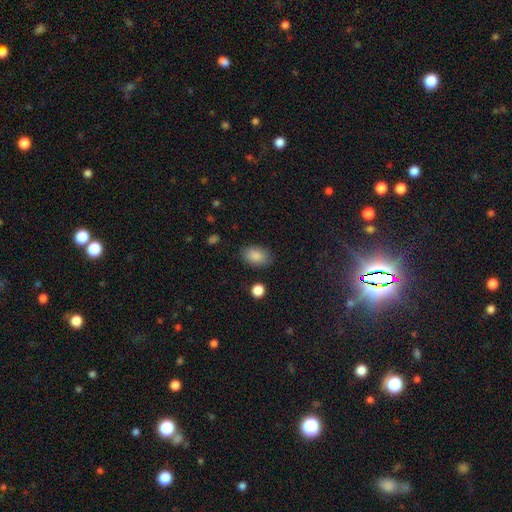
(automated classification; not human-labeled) Smooth or featured? Predicted: smooth (p=0.88). How rounded? Predicted: in between (p=0.88). Merging? Predicted: none (p=0.83).